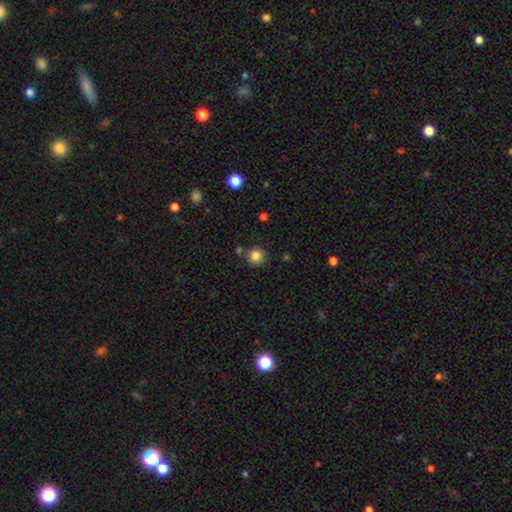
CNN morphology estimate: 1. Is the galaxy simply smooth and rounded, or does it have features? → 84% smooth, 11% star or artifact, 5% featured or disk.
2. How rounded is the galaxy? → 94% round, 5% in between, 1% cigar-shaped.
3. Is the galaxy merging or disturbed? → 83% none, 8% minor disturbance, 6% merger, 2% major disturbance.